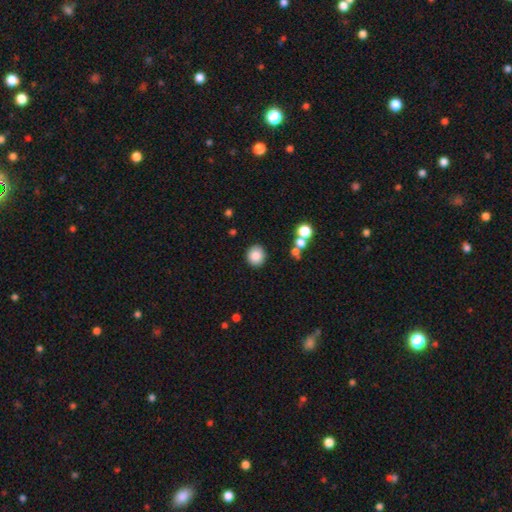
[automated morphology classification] type=smooth (85%); roundness=round (85%); merging=none (89%).